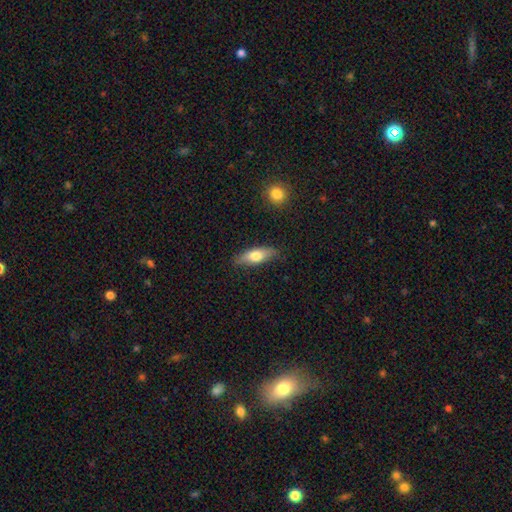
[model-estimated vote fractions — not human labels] smooth-or-featured: smooth: 68% | featured or disk: 26% | star or artifact: 6%
  how-rounded: in between: 61% | cigar-shaped: 36% | round: 3%
  merging: none: 81% | minor disturbance: 15% | major disturbance: 3% | merger: 1%